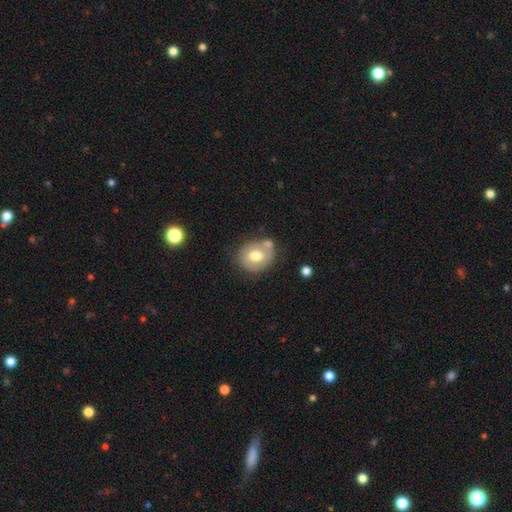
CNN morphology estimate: smooth-or-featured: smooth: 63% | featured or disk: 30% | star or artifact: 8%
  how-rounded: round: 65% | in between: 34% | cigar-shaped: 1%
  merging: none: 56% | merger: 19% | minor disturbance: 18% | major disturbance: 6%